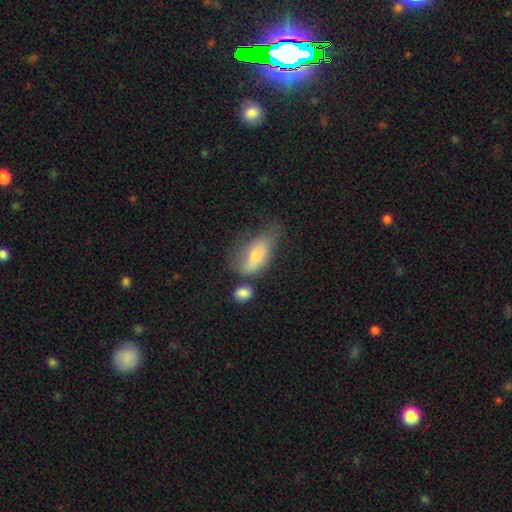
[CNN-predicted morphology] type=smooth (69%); roundness=in between (86%); merging=minor disturbance (30%, tied with none).